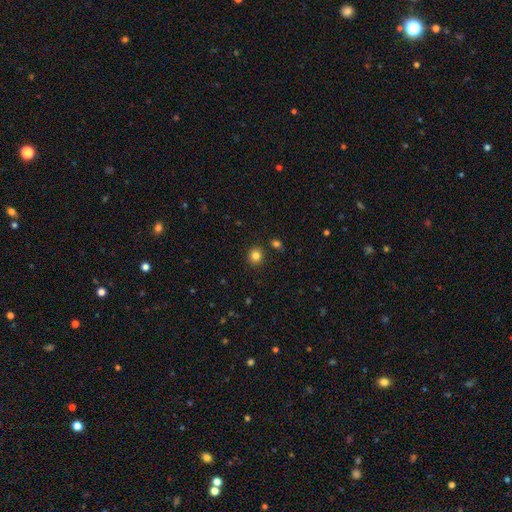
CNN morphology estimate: Overall: smooth (83%). How rounded: round (83%). Merging: none (87%).